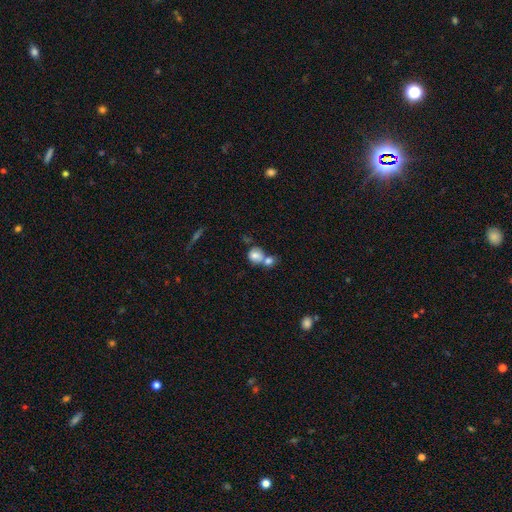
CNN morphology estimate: type=smooth (77%); roundness=round (72%); merging=merger (58%).